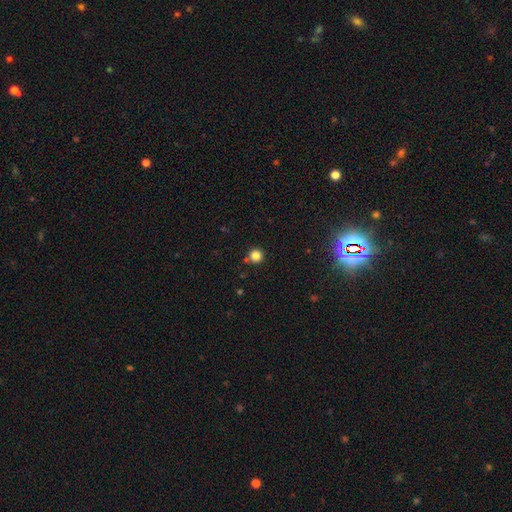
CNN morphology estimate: Smooth or featured? smooth (82%)
How rounded? round (95%)
Merging? none (84%)